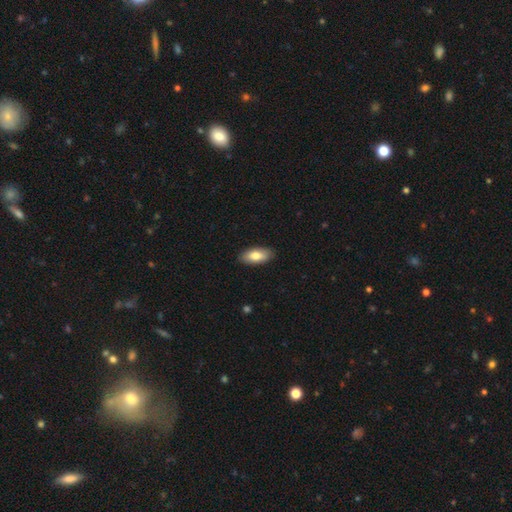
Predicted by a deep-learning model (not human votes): This appears to be a smooth galaxy with no disk features (78%) that is in between round and cigar-shaped (89%). Merging: none (89%).